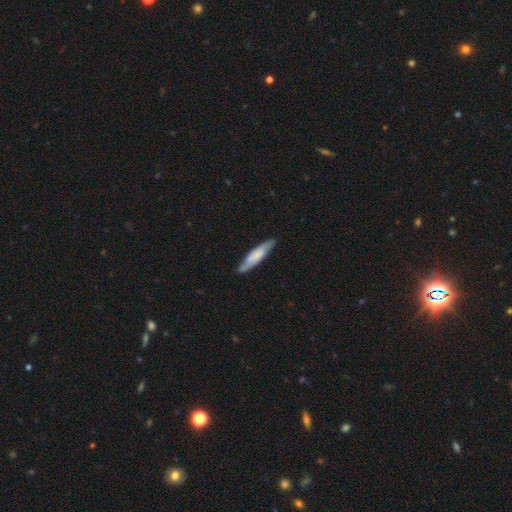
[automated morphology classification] The model was most divided on "smooth or featured": smooth: 58%, featured or disk: 37%, star or artifact: 5%. More confident: merging — none (83%); how rounded — cigar-shaped (80%).